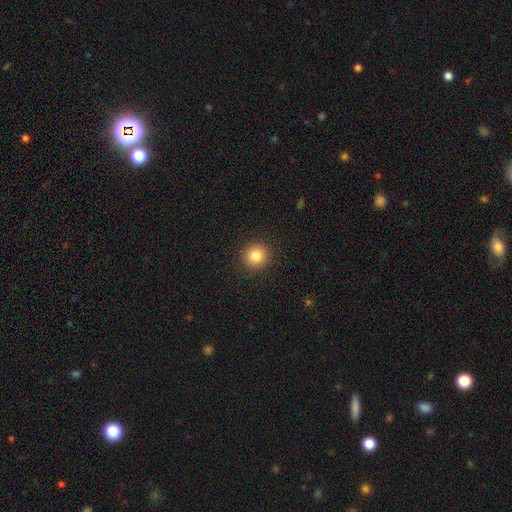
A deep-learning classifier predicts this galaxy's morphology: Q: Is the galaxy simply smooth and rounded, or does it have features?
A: smooth — 84%.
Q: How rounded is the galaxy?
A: round — 91%.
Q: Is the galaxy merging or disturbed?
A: none — 91%.